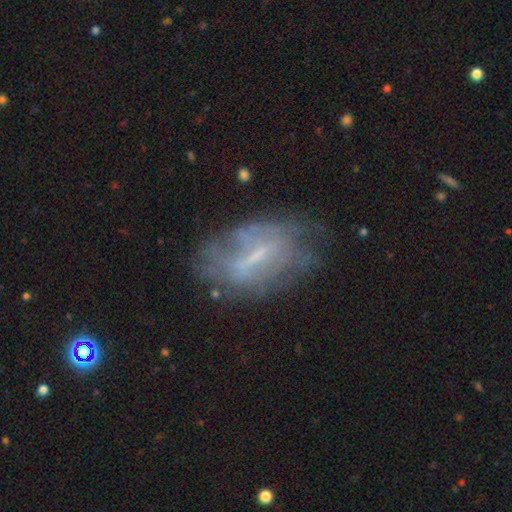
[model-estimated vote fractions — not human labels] The model was most divided on "bar": weak: 46%, strong: 34%, no: 21%. Remaining: edge-on disk — no (91%); smooth or featured — featured or disk (65%); spiral arms — no (57%); merging — none (56%); bulge size — small (50%).